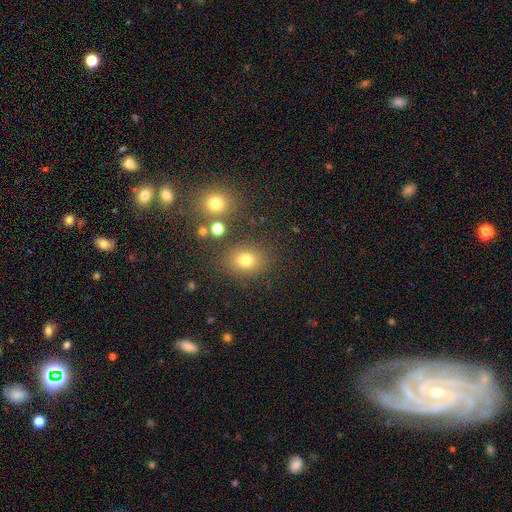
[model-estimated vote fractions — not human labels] Morphology: type=smooth (53%); roundness=round (67%); merging=none (77%).